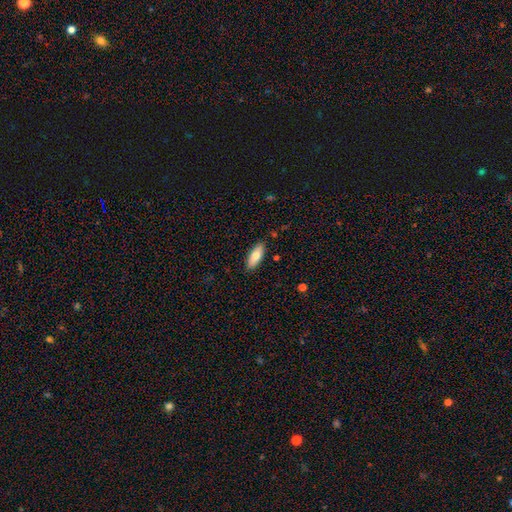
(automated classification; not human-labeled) smooth_or_featured: smooth (p=0.75) [alt: featured or disk p=0.19]
how_rounded: in between (p=0.76) [alt: cigar-shaped p=0.22]
merging: none (p=0.88) [alt: minor disturbance p=0.09]